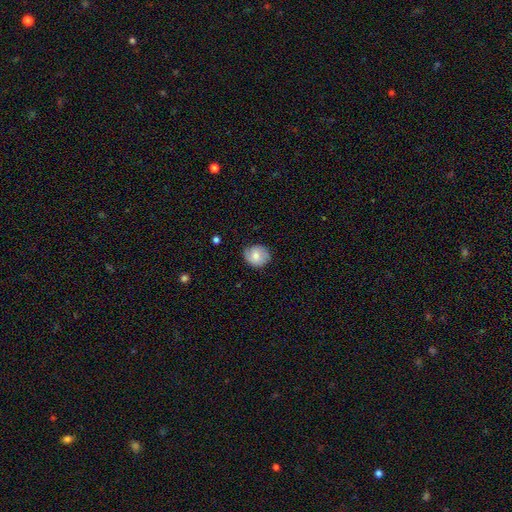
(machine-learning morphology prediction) smooth_or_featured: smooth (p=0.67) [alt: featured or disk p=0.26]
how_rounded: round (p=0.73) [alt: in between p=0.26]
merging: none (p=0.78) [alt: minor disturbance p=0.18]